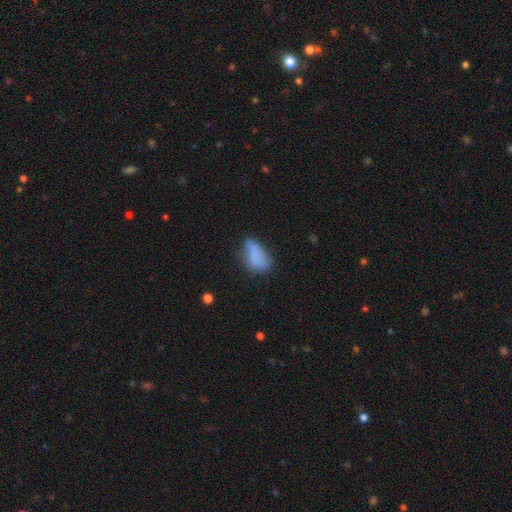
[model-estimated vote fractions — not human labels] A smooth galaxy with no disk features (81%) that is in between round and cigar-shaped (88%). Merging: none (49%).